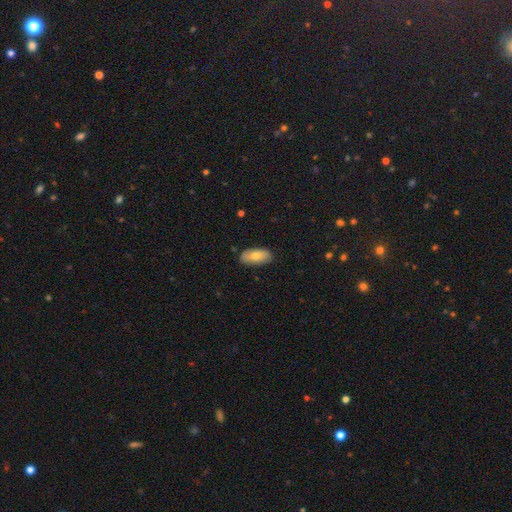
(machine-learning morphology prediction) type=smooth (73%); roundness=in between (89%); merging=none (84%).